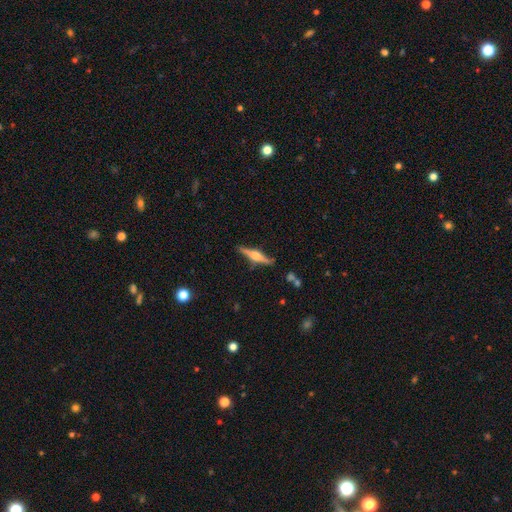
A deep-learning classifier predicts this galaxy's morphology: featured or disk 73%, smooth 22%, star or artifact 6%. Down the decision tree: edge-on disk — yes (97%); edge-on bulge — rounded (82%); merging — none (86%).